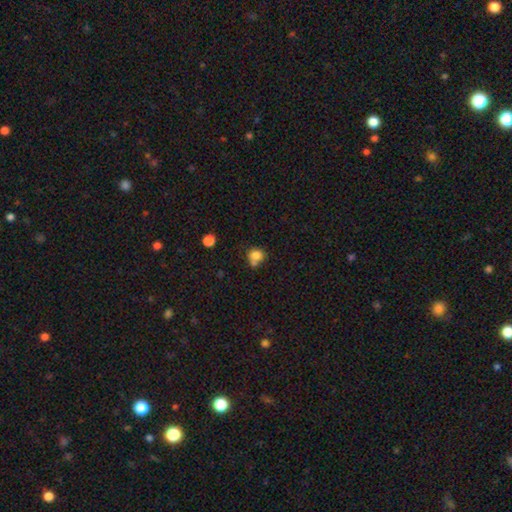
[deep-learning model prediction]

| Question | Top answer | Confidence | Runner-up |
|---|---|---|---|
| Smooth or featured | smooth | 80% | star or artifact (11%) |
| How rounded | round | 75% | in between (24%) |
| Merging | none | 47% | merger (28%) |